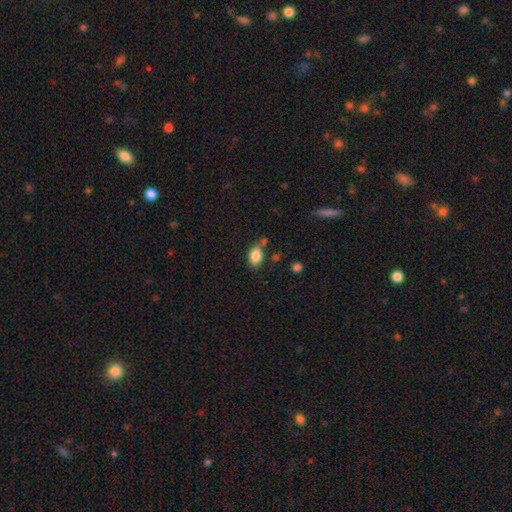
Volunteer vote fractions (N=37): smooth_or_featured: smooth (p=0.92) [alt: star or artifact p=0.05]
how_rounded: in between (p=0.76) [alt: round p=0.24]
merging: none (p=0.74) [alt: minor disturbance p=0.17]